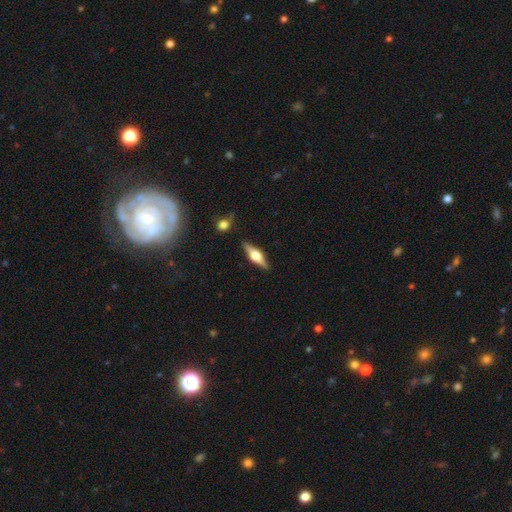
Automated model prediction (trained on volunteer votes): This appears to be a featured or disk galaxy (71%) viewed edge-on (97%) with a rounded central bulge (94%). Merging: none (87%).